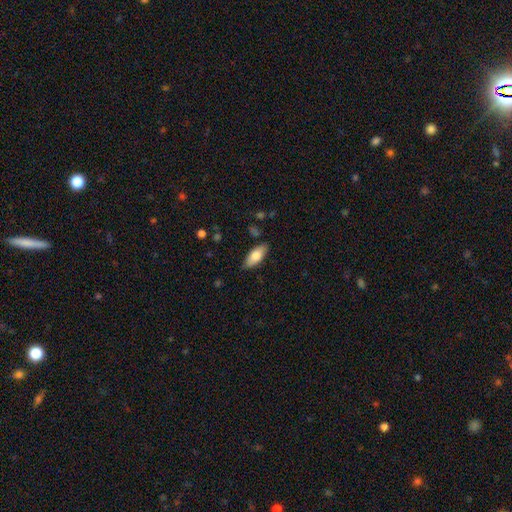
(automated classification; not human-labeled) A smooth galaxy with no disk features (78%) that is in between round and cigar-shaped (80%).

Vote fractions:
- Smooth or featured? smooth: 78% / featured or disk: 16% / star or artifact: 6%
- How rounded? in between: 80% / cigar-shaped: 18% / round: 2%
- Merging? none: 83% / minor disturbance: 13% / major disturbance: 3% / merger: 2%